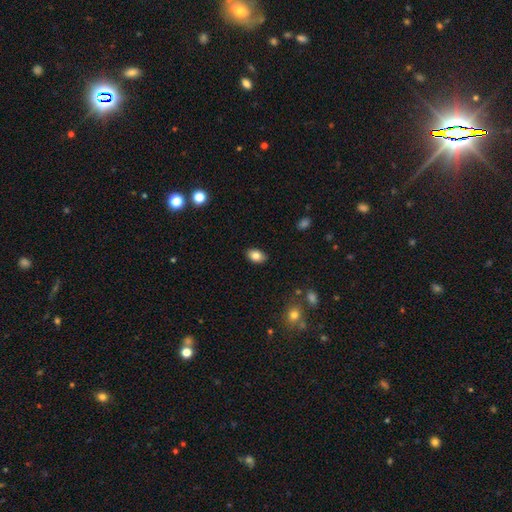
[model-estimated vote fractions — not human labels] Smooth or featured? Predicted: smooth (p=0.82). How rounded? Predicted: in between (p=0.87). Merging? Predicted: none (p=0.87).